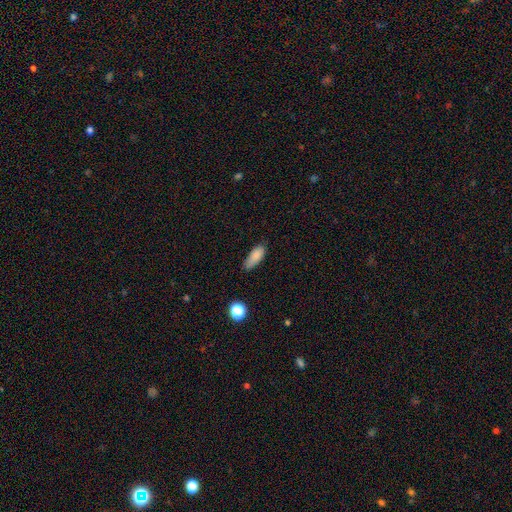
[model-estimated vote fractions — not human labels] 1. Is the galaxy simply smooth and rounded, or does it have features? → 84% smooth, 9% star or artifact, 7% featured or disk.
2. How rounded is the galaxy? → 74% in between, 23% cigar-shaped, 3% round.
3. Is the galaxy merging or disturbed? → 67% none, 26% minor disturbance, 5% major disturbance, 2% merger.